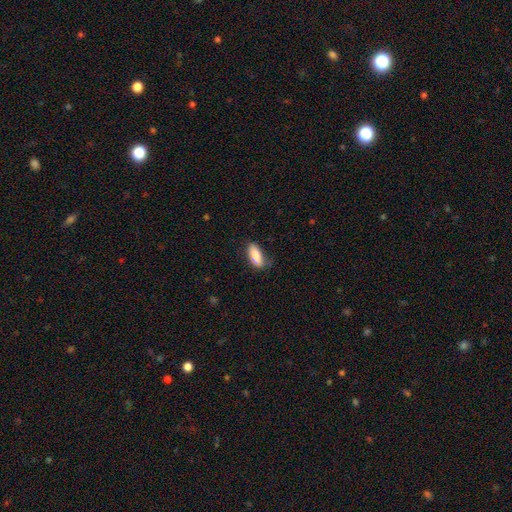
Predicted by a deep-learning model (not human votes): smooth 87%, featured or disk 7%, star or artifact 6%. Down the decision tree: how rounded — in between (80%); merging — none (68%).